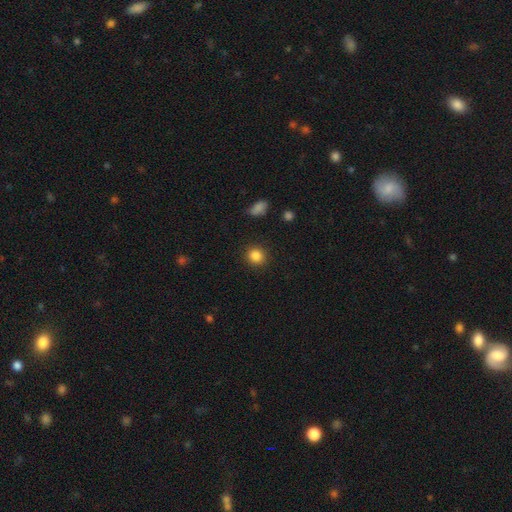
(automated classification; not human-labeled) Overall: smooth (86%). How rounded: round (86%). Merging: none (90%).